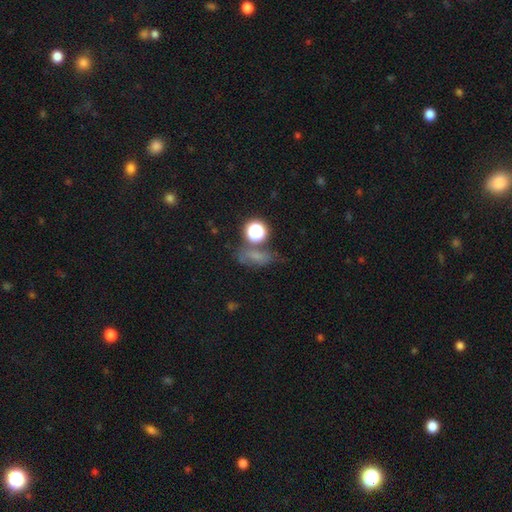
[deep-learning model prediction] Smooth or featured?
  - smooth: 51% *
  - star or artifact: 32%
  - featured or disk: 17%
How rounded?
  - in between: 53% *
  - round: 35%
  - cigar-shaped: 12%
Merging?
  - none: 54% *
  - minor disturbance: 20%
  - major disturbance: 14%
  - merger: 13%